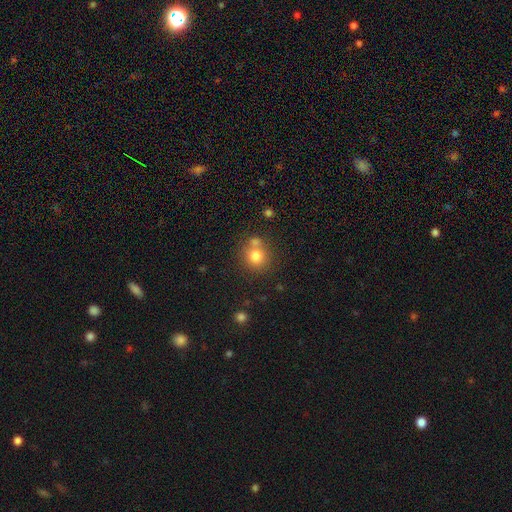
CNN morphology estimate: This appears to be a smooth galaxy with no disk features (78%) that is round (86%). Merging: none (59%).